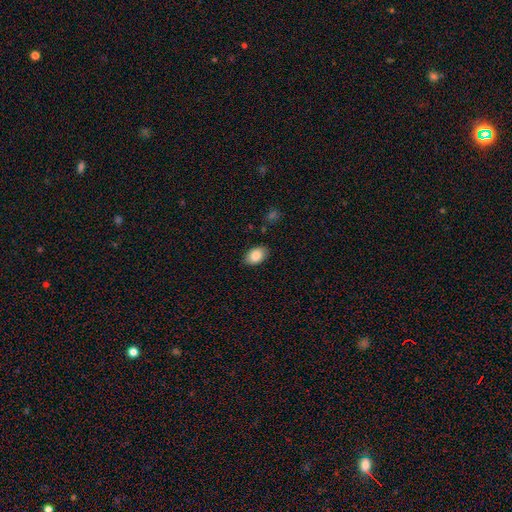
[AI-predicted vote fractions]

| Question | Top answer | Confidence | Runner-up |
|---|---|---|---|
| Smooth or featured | smooth | 86% | star or artifact (7%) |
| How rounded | in between | 88% | round (11%) |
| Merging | none | 86% | minor disturbance (11%) |